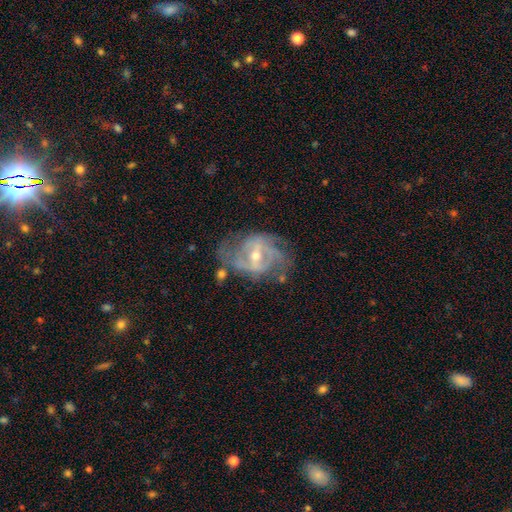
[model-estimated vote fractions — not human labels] Q: Smooth or featured?
A: featured or disk (86%); runner-up: smooth (8%)
Q: Edge-on disk?
A: no (96%); runner-up: yes (4%)
Q: Bar?
A: weak (43%); runner-up: strong (39%)
Q: Spiral arms?
A: yes (88%); runner-up: no (12%)
Q: Spiral winding?
A: medium (44%); runner-up: tight (38%)
Q: Spiral arm count?
A: 2 (49%); runner-up: can't tell (25%)
Q: Bulge size?
A: moderate (52%); runner-up: small (45%)
Q: Merging?
A: none (57%); runner-up: minor disturbance (23%)